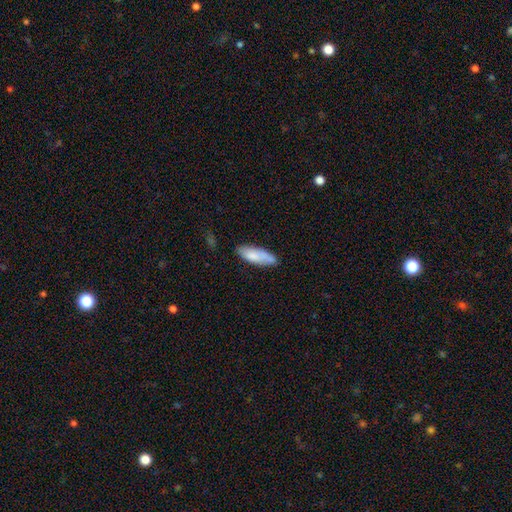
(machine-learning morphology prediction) Smooth or featured: smooth — 79% (featured or disk — 15%)
How rounded: in between — 59% (cigar-shaped — 40%)
Merging: none — 66% (minor disturbance — 25%)